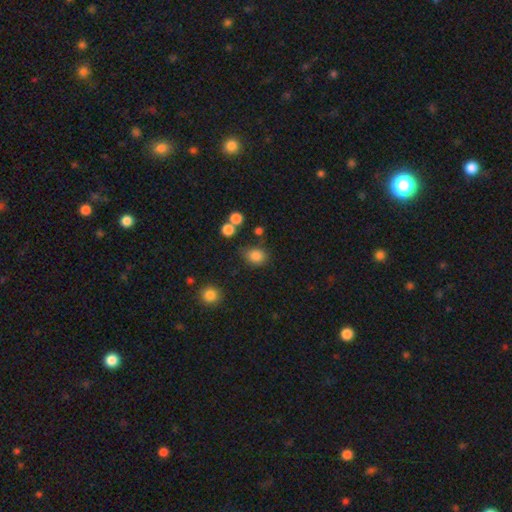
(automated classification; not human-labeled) Smooth or featured? smooth (83%)
How rounded? round (53%)
Merging? none (69%)